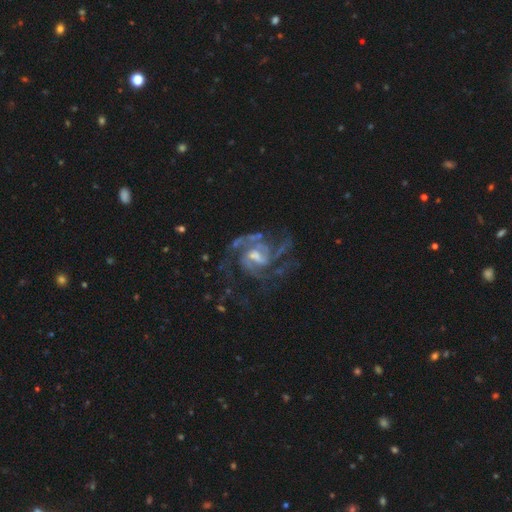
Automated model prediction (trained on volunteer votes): Q: Smooth or featured?
A: featured or disk (89%); runner-up: star or artifact (7%)
Q: Edge-on disk?
A: no (98%); runner-up: yes (2%)
Q: Bar?
A: weak (53%); runner-up: no (25%)
Q: Spiral arms?
A: yes (97%); runner-up: no (3%)
Q: Spiral winding?
A: medium (53%); runner-up: tight (31%)
Q: Spiral arm count?
A: 3 (33%); runner-up: 2 (28%)
Q: Bulge size?
A: moderate (47%); runner-up: small (33%)
Q: Merging?
A: none (54%); runner-up: major disturbance (27%)